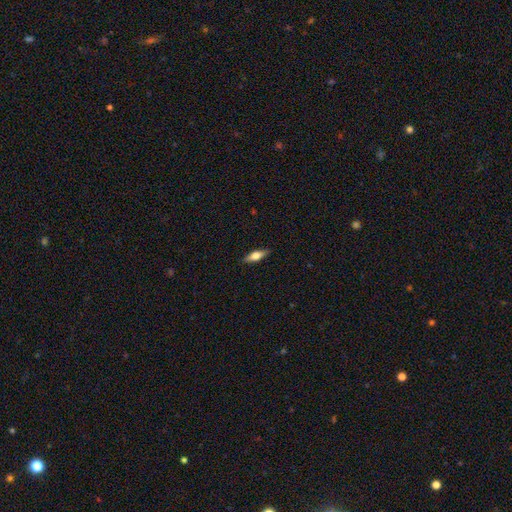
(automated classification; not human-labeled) This appears to be a smooth galaxy with no disk features (58%) that is in between round and cigar-shaped (51%). Merging: none (89%).